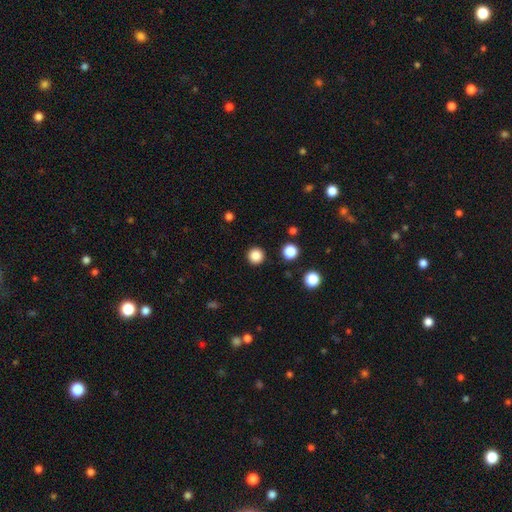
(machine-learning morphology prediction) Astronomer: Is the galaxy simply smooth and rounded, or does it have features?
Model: smooth — 85%.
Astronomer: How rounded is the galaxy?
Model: round — 96%.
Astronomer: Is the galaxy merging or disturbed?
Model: none — 92%.